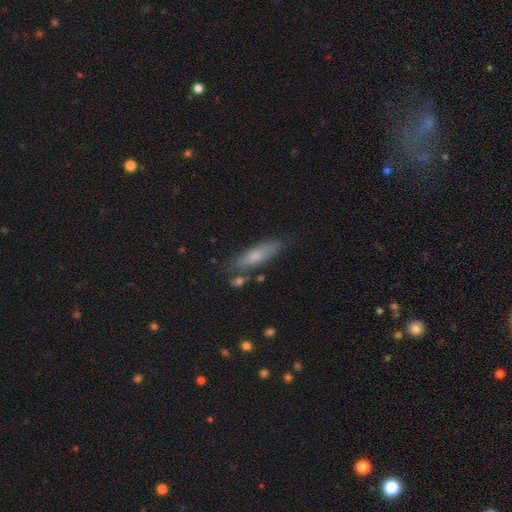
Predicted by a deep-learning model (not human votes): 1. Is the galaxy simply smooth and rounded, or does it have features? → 70% smooth, 22% featured or disk, 7% star or artifact.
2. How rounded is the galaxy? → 71% cigar-shaped, 27% in between, 2% round.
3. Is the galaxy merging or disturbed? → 75% none, 16% minor disturbance, 5% merger, 4% major disturbance.